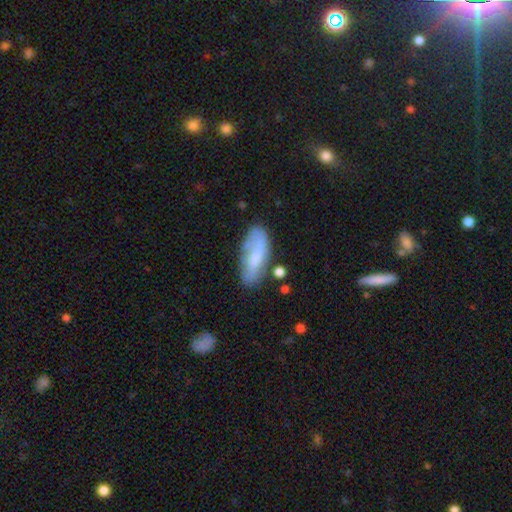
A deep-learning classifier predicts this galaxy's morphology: The model was most divided on "smooth or featured": smooth: 56%, featured or disk: 37%, star or artifact: 7%. More confident: how rounded — in between (75%); merging — none (63%).